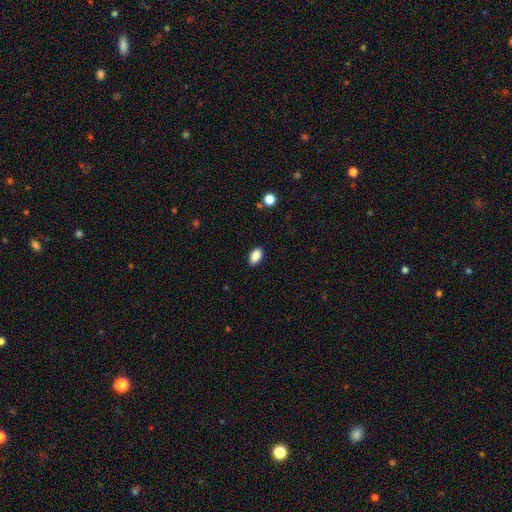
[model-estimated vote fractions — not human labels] Smooth or featured: smooth — 89% (star or artifact — 8%)
How rounded: in between — 92% (round — 6%)
Merging: none — 87% (minor disturbance — 10%)